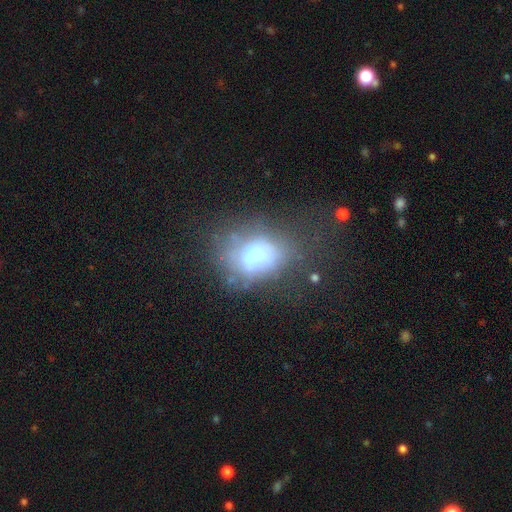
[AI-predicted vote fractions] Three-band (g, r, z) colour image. It shows a smooth galaxy with no disk features (49%). Merging: none (32%).